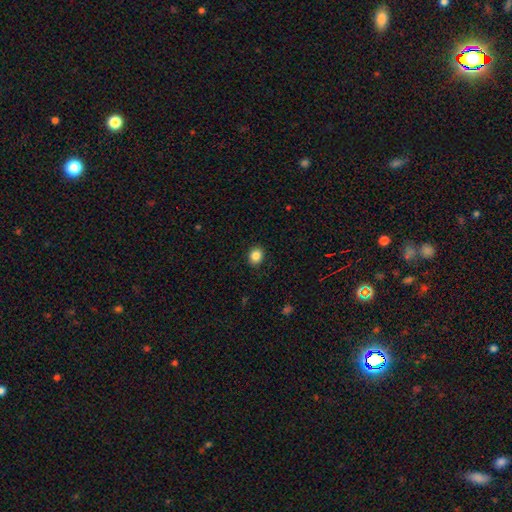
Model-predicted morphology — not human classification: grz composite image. It shows a smooth galaxy with no disk features (86%) that is round (64%). Merging: none (89%).